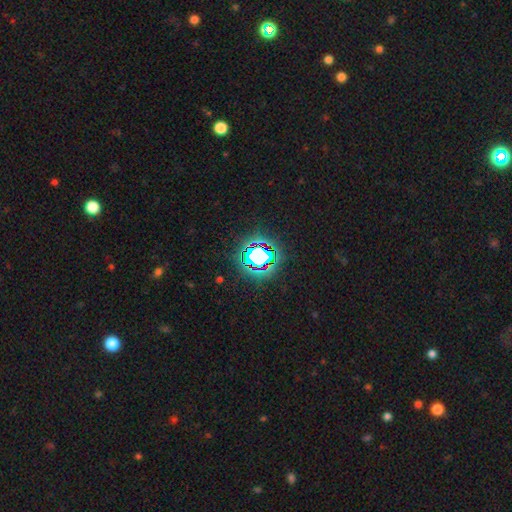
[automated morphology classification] Q: Smooth or featured?
A: star or artifact (66%); runner-up: smooth (21%)